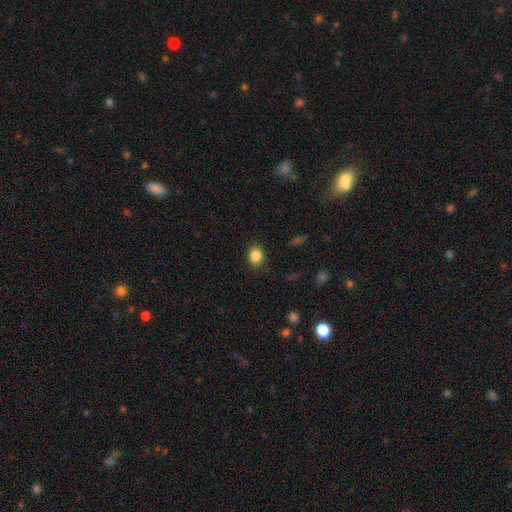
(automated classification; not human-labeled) This appears to be a smooth galaxy with no disk features (86%) that is in between round and cigar-shaped (53%). Merging: none (88%).